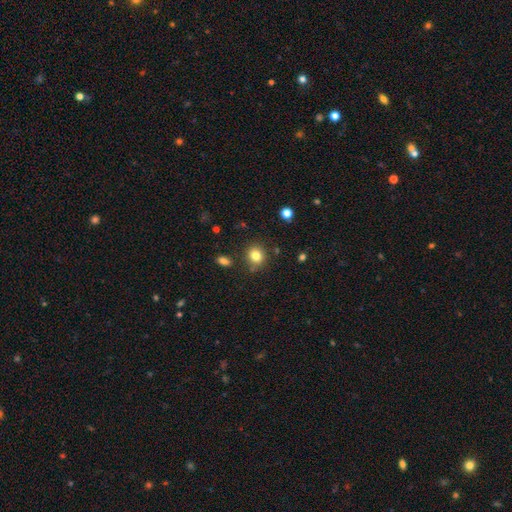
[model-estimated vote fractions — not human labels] Smooth or featured? smooth (81%)
How rounded? round (76%)
Merging? none (83%)